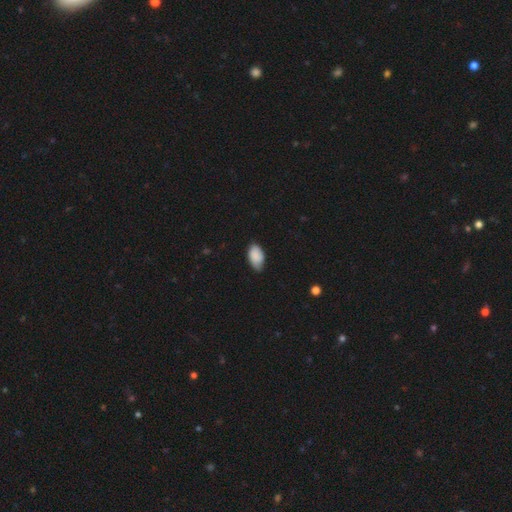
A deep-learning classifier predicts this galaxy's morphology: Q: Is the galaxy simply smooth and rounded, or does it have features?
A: smooth — 88%.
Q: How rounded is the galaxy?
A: in between — 94%.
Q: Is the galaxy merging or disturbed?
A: none — 68%.